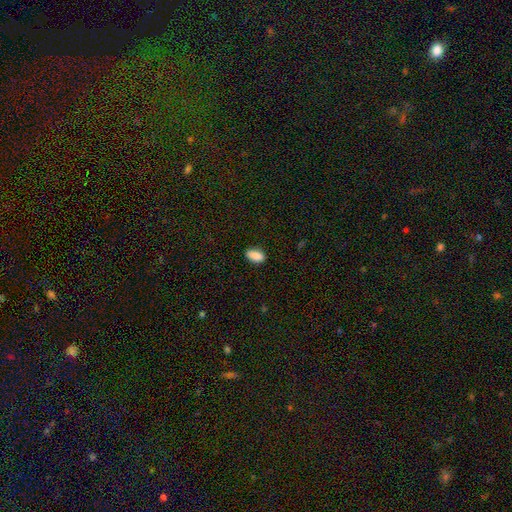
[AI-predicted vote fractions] Overall: smooth (89%). How rounded: in between (90%). Merging: none (85%).